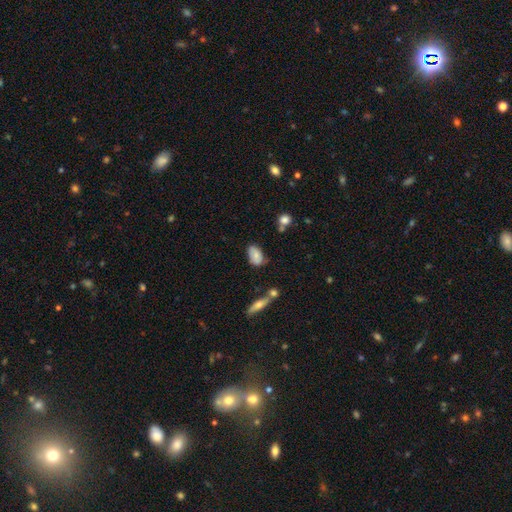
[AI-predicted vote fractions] Smooth or featured: smooth — 72% (featured or disk — 20%)
How rounded: in between — 90% (round — 7%)
Merging: none — 60% (minor disturbance — 26%)